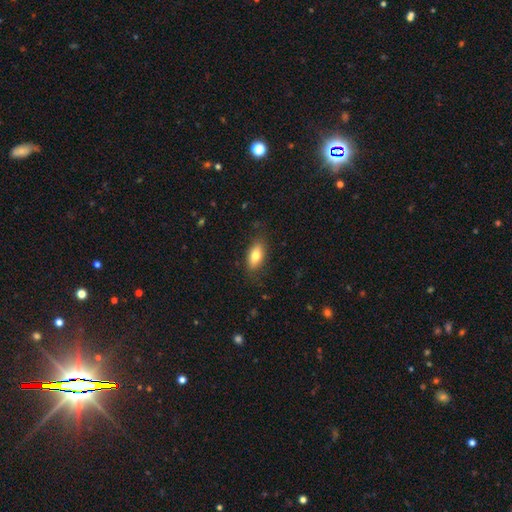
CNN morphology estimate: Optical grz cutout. It shows a smooth galaxy with no disk features (78%) that is in between round and cigar-shaped (84%). Merging: none (82%).